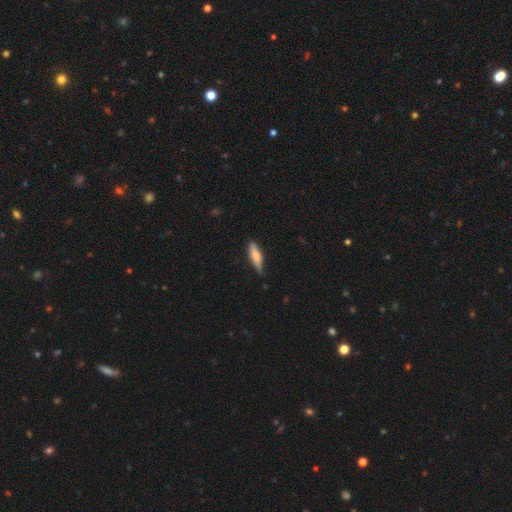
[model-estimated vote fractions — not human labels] Overall: smooth (72%). How rounded: cigar-shaped (62%; in between 36%). Merging: none (65%; minor disturbance 29%).